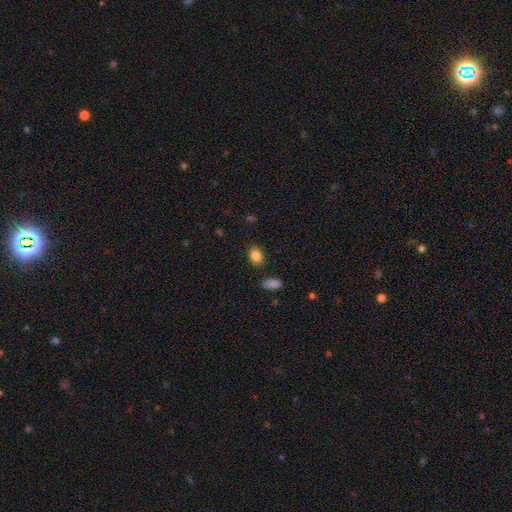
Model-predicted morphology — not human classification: type=smooth (86%); roundness=in between (63%); merging=none (83%).